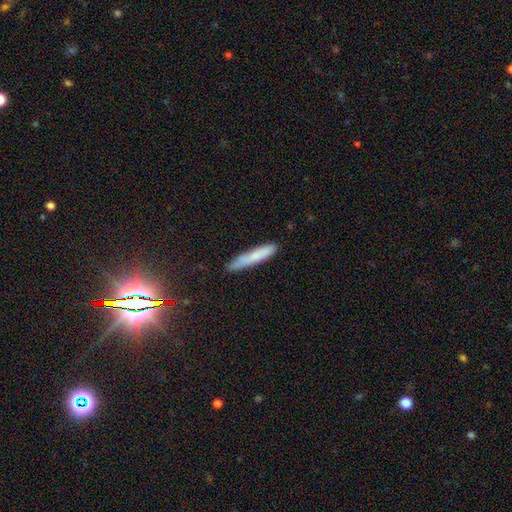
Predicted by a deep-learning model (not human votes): Smooth or featured? smooth (75%)
How rounded? cigar-shaped (92%)
Merging? none (80%)